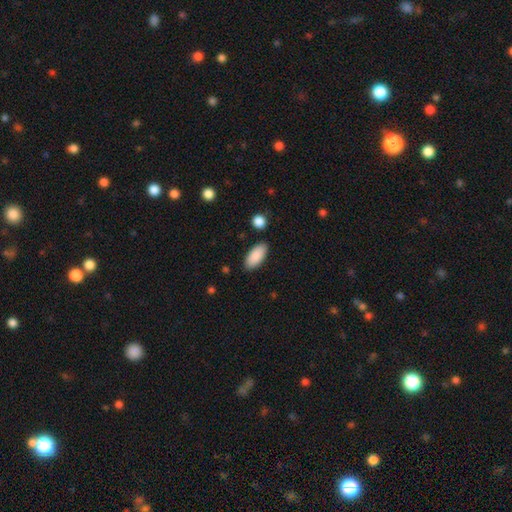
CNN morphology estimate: Smooth or featured? Predicted: smooth (p=0.90). How rounded? Predicted: in between (p=0.90). Merging? Predicted: none (p=0.86).